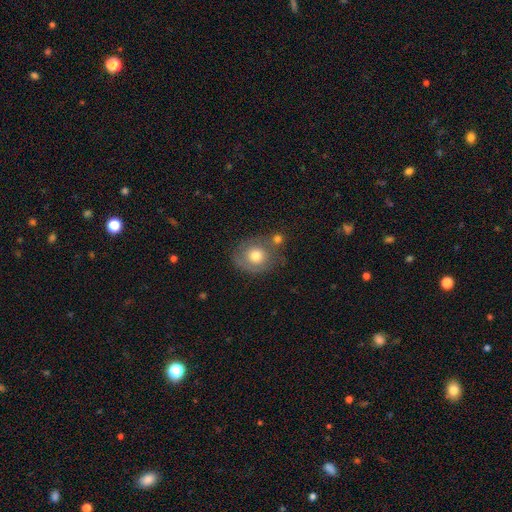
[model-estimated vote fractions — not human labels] The model was most divided on "merging": none: 53%, merger: 21%, minor disturbance: 18%, major disturbance: 8%. More confident: how rounded — round (76%); smooth or featured — smooth (65%).